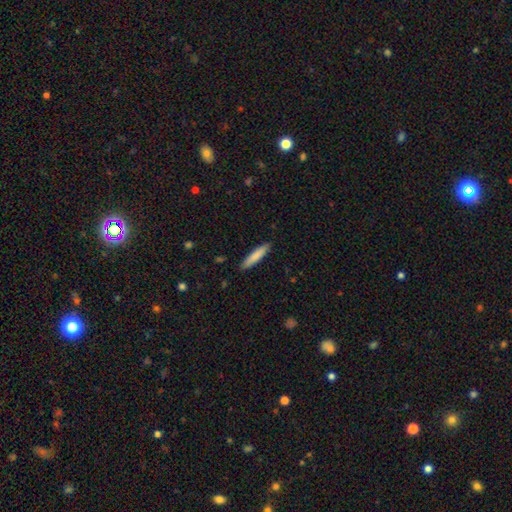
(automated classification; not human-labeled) Smooth or featured: smooth — 82% (featured or disk — 12%)
How rounded: cigar-shaped — 87% (in between — 12%)
Merging: none — 88% (minor disturbance — 9%)